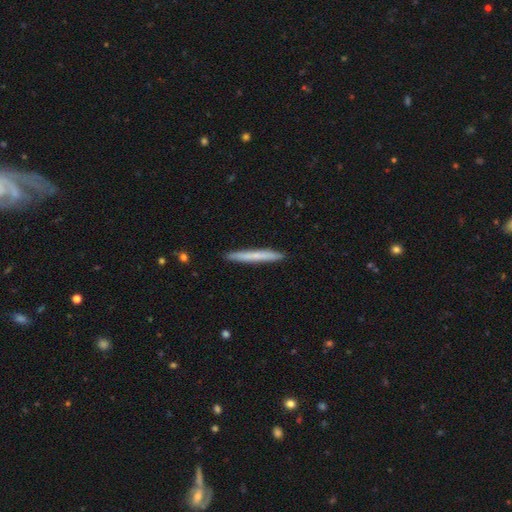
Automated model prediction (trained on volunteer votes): Smooth or featured? smooth (62%)
How rounded? cigar-shaped (97%)
Merging? none (92%)